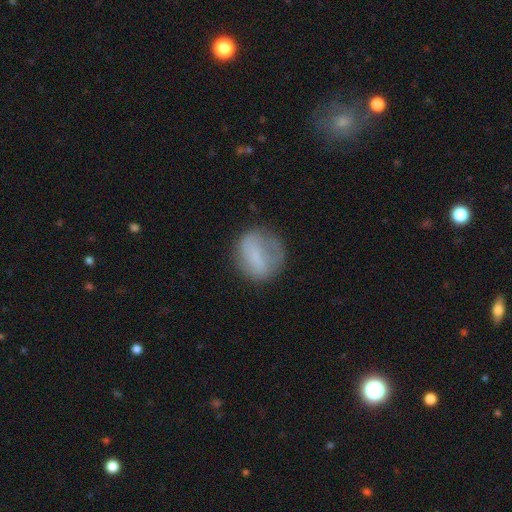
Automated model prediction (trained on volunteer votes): smooth 61%, featured or disk 29%, star or artifact 10%. Down the decision tree: how rounded — round (68%); merging — none (60%).